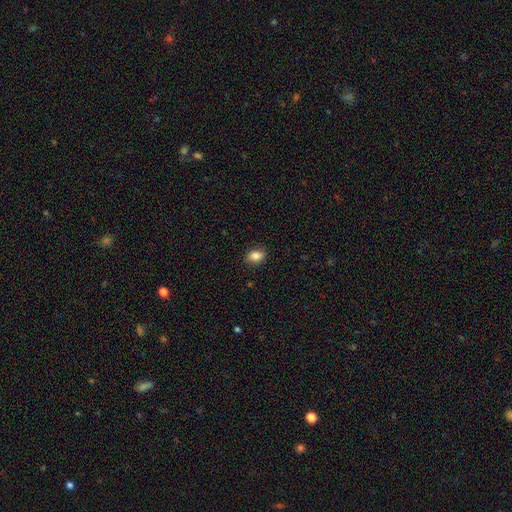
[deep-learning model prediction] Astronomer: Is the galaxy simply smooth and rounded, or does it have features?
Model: smooth — 85%.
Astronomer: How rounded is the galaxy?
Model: in between — 70%.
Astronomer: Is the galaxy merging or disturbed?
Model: none — 88%.